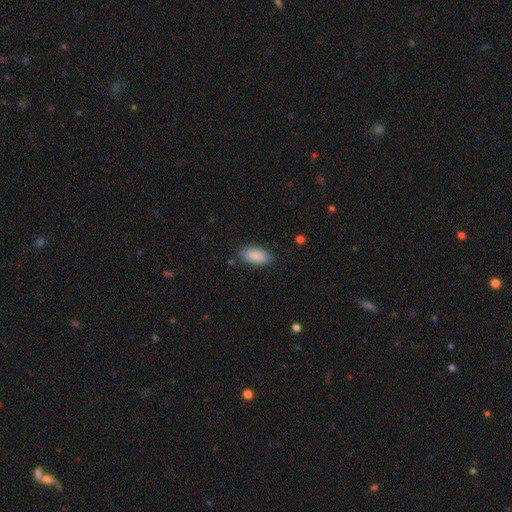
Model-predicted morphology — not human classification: The model was most divided on "merging": none: 82%, minor disturbance: 13%, major disturbance: 3%, merger: 2%. More confident: how rounded — in between (93%); smooth or featured — smooth (89%).